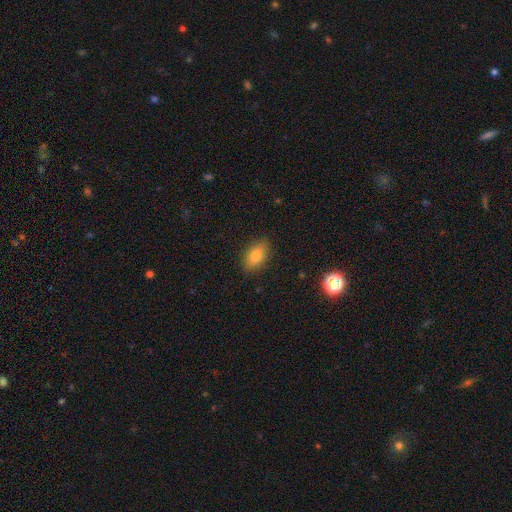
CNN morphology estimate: Smooth or featured?
  - smooth: 80% *
  - featured or disk: 11%
  - star or artifact: 9%
How rounded?
  - in between: 88% *
  - round: 8%
  - cigar-shaped: 4%
Merging?
  - none: 87% *
  - minor disturbance: 9%
  - major disturbance: 2%
  - merger: 1%